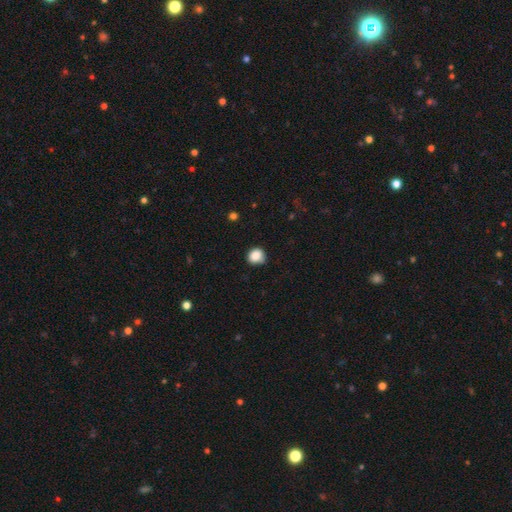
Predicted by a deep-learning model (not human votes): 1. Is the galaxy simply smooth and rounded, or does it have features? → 87% smooth, 9% star or artifact, 4% featured or disk.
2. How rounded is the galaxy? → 76% round, 23% in between, 1% cigar-shaped.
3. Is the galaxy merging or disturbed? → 71% none, 23% minor disturbance, 4% major disturbance, 2% merger.